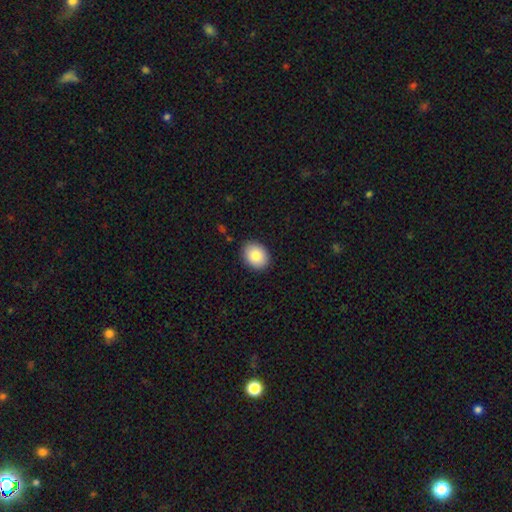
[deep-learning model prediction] Overall: smooth (86%). How rounded: in between (57%; round 42%). Merging: none (88%).